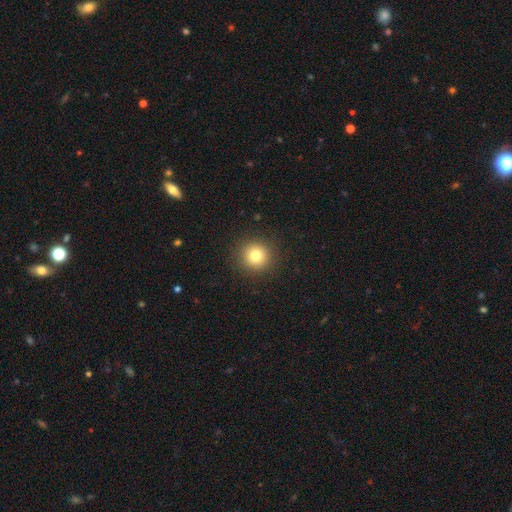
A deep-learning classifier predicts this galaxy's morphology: Q: Smooth or featured?
A: smooth (80%); runner-up: star or artifact (13%)
Q: How rounded?
A: round (94%); runner-up: in between (6%)
Q: Merging?
A: none (91%); runner-up: minor disturbance (5%)